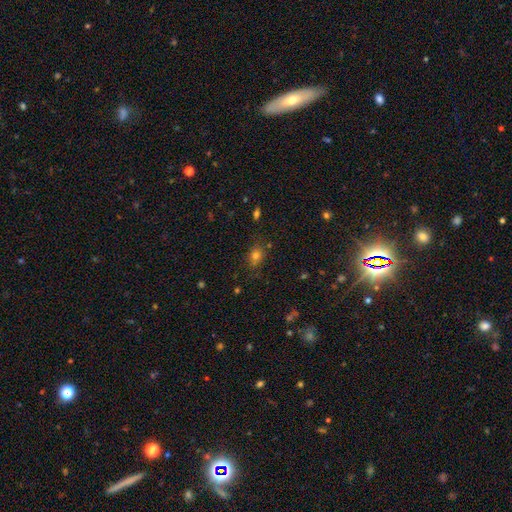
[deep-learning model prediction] This appears to be a smooth galaxy with no disk features (74%) that is round (51%). Merging: none (78%).